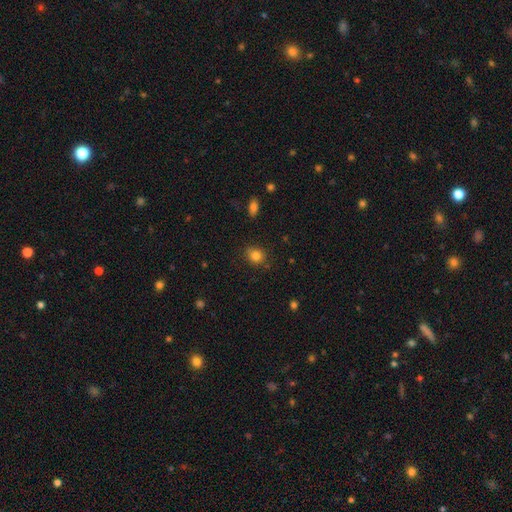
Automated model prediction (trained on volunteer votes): Q: Smooth or featured?
A: smooth (83%); runner-up: star or artifact (11%)
Q: How rounded?
A: round (71%); runner-up: in between (28%)
Q: Merging?
A: none (81%); runner-up: minor disturbance (14%)